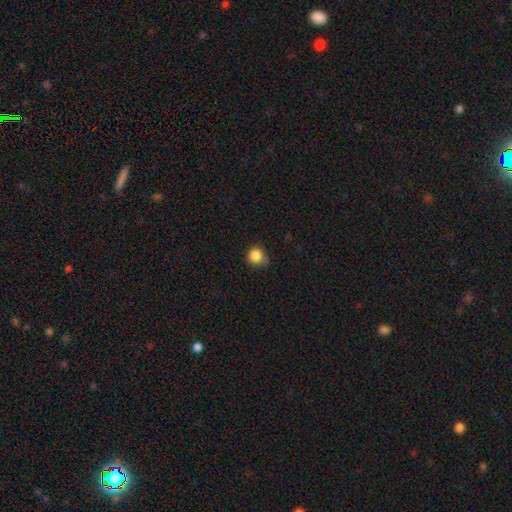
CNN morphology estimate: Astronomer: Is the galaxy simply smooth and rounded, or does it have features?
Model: smooth — 85%.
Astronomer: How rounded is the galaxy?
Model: round — 93%.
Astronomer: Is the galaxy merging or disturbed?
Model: none — 69%.